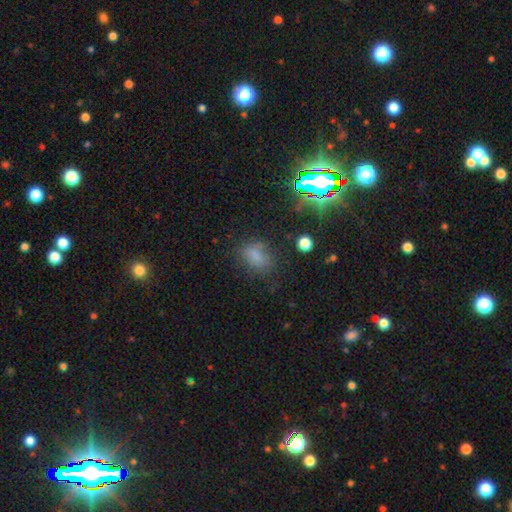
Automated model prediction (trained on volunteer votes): A smooth galaxy with no disk features (67%) that is in between round and cigar-shaped (75%).

Vote fractions:
- Smooth or featured? smooth: 67% / star or artifact: 22% / featured or disk: 11%
- How rounded? in between: 75% / round: 22% / cigar-shaped: 2%
- Merging? none: 63% / minor disturbance: 22% / major disturbance: 12% / merger: 3%